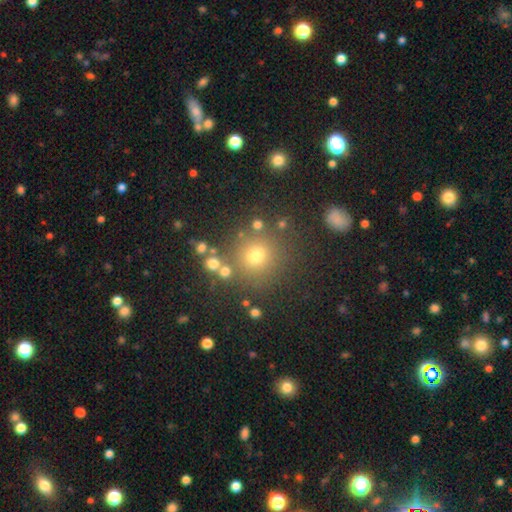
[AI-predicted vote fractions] This appears to be a smooth galaxy with no disk features (63%) that is round (91%). Merging: none (79%).